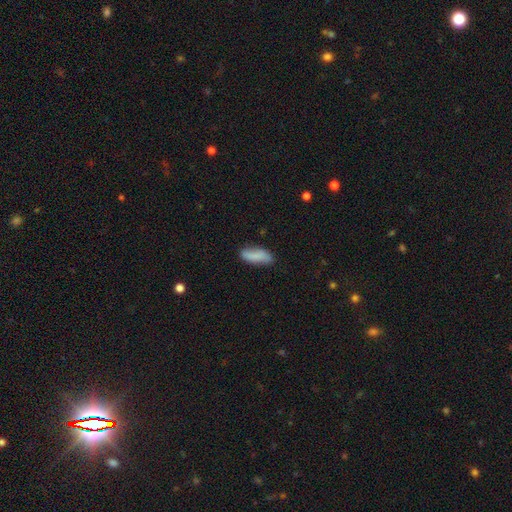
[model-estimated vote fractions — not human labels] Smooth or featured? Predicted: smooth (p=0.80). How rounded? Predicted: in between (p=0.68). Merging? Predicted: none (p=0.71).